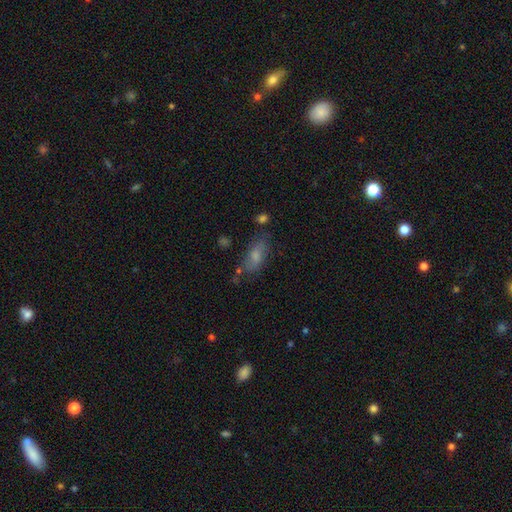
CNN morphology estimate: smooth-or-featured: smooth: 66% | featured or disk: 23% | star or artifact: 11%
  how-rounded: in between: 77% | cigar-shaped: 19% | round: 4%
  merging: none: 64% | minor disturbance: 21% | major disturbance: 9% | merger: 7%